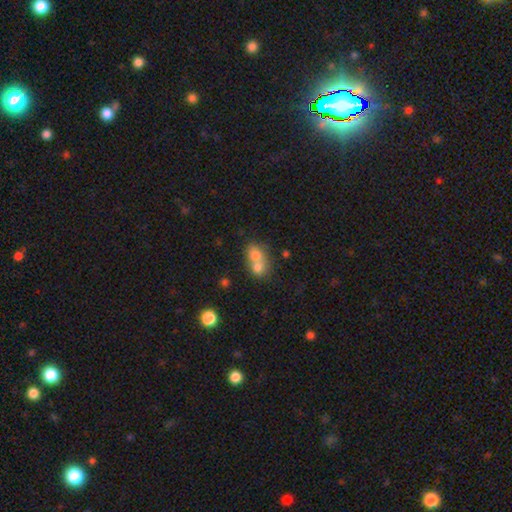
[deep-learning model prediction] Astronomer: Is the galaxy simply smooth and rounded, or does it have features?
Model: smooth — 71%.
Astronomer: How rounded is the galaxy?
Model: round — 50% (runner-up: in between, 49%).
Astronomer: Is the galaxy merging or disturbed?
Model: merger — 72%.